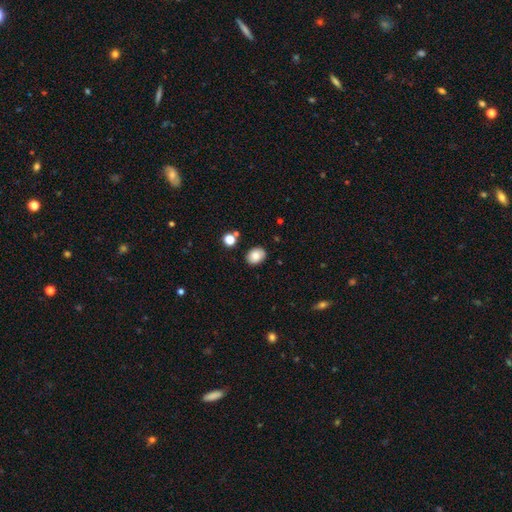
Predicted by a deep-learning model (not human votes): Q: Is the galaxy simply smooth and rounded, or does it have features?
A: smooth — 84%.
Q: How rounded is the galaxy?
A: in between — 61%.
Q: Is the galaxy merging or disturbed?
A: none — 85%.